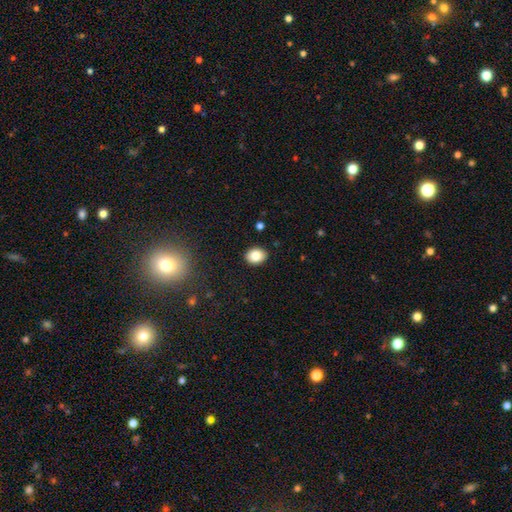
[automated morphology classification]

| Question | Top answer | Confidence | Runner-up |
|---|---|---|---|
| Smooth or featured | smooth | 84% | star or artifact (9%) |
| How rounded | in between | 59% | round (40%) |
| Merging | none | 89% | minor disturbance (8%) |